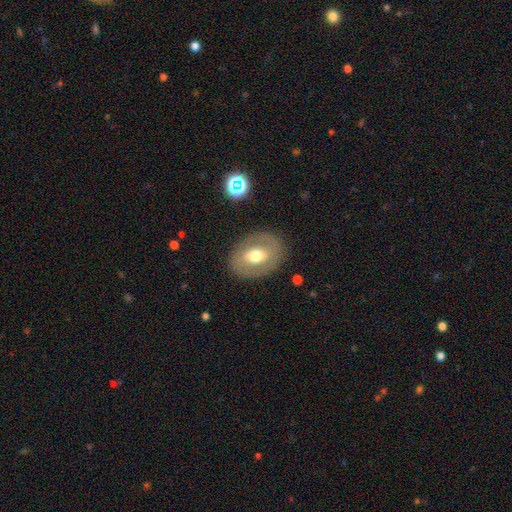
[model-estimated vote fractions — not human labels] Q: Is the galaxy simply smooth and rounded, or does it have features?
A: smooth — 46%, tied with featured or disk.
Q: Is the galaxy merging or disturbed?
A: none — 83%.